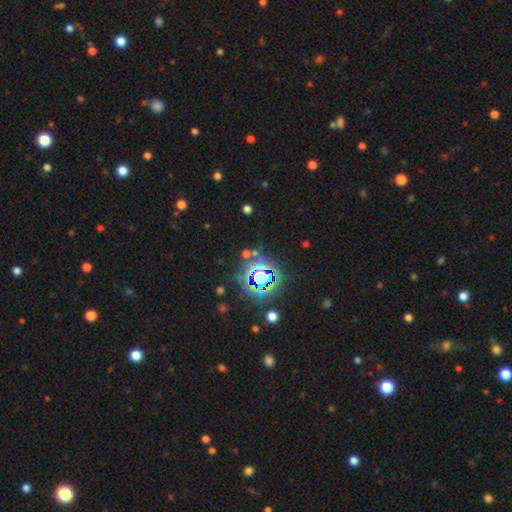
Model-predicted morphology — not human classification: smooth_or_featured: star or artifact (p=0.78) [alt: smooth p=0.14]